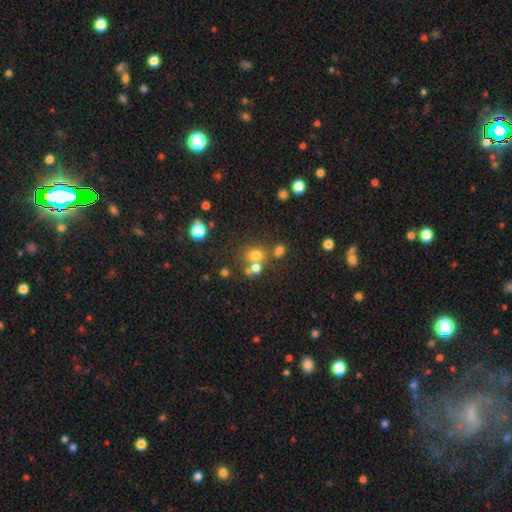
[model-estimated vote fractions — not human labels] Smooth or featured? smooth (68%)
How rounded? round (63%)
Merging? none (50%)